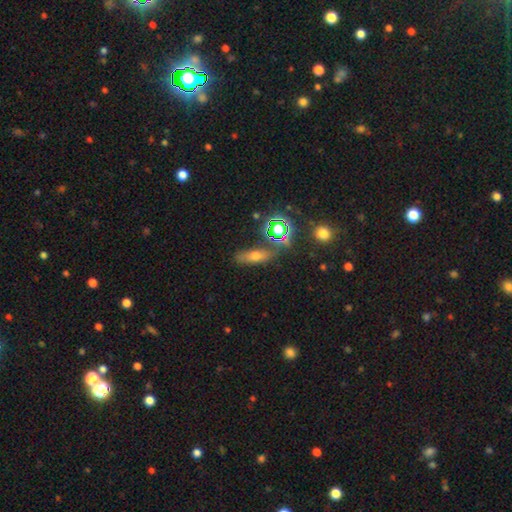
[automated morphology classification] Overall: smooth (50%; featured or disk 27%). How rounded: cigar-shaped (44%, tied with in between). Merging: none (76%).